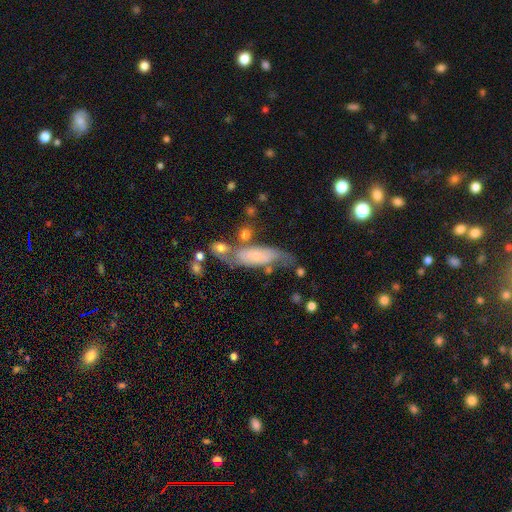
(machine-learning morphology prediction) The model was most divided on "smooth or featured": featured or disk: 51%, smooth: 42%, star or artifact: 7%. Remaining: edge-on disk — no (77%); merging — none (40%).